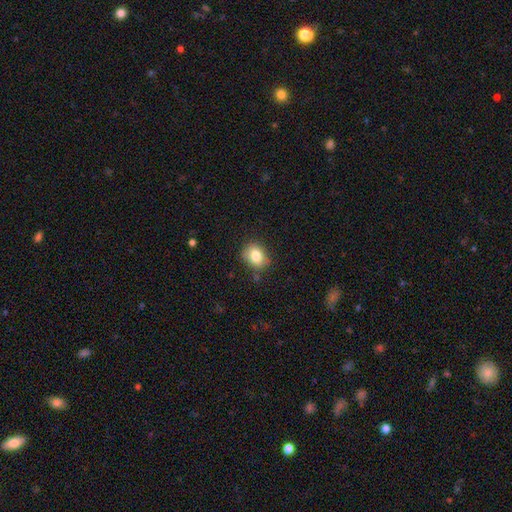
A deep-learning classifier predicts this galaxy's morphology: smooth_or_featured: smooth (p=0.82) [alt: star or artifact p=0.09]
how_rounded: in between (p=0.50) [alt: round p=0.49]
merging: none (p=0.78) [alt: minor disturbance p=0.16]